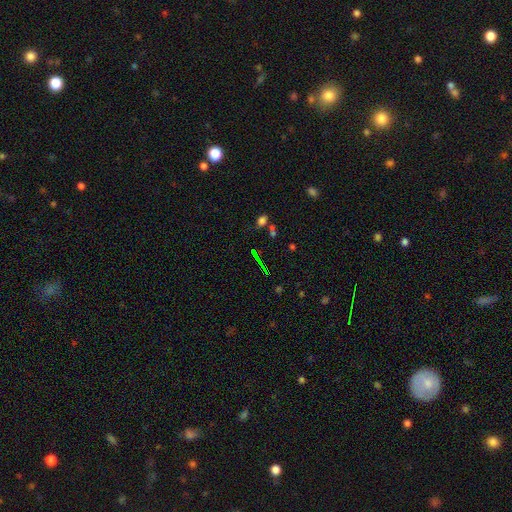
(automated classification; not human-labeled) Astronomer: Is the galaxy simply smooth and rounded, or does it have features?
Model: star or artifact — 53%.